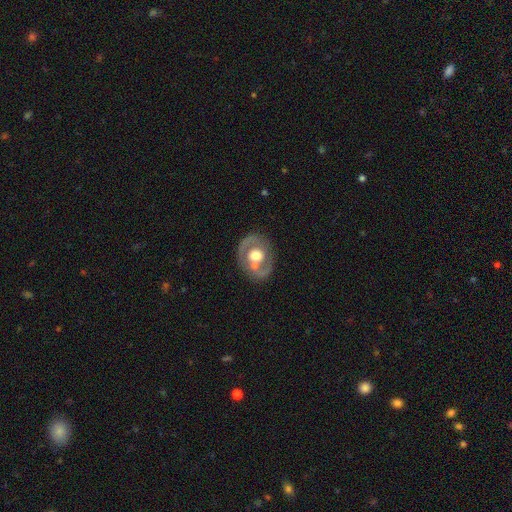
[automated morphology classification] featured or disk 61%, smooth 33%, star or artifact 6%. Down the decision tree: edge-on disk — no (95%); bar — no (80%); spiral arms — no (66%); bulge size — moderate (52%); merging — none (64%).